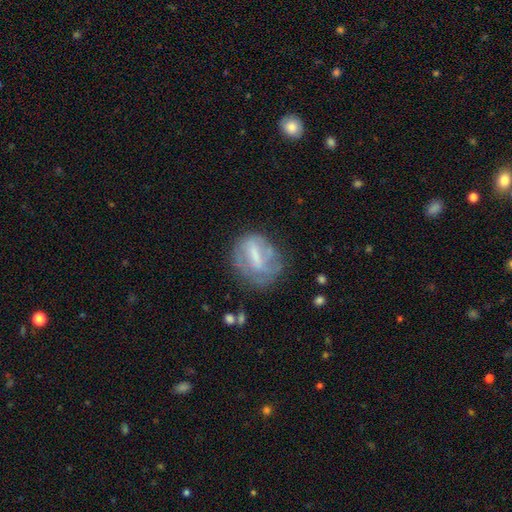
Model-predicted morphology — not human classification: This is possibly a featured or disk galaxy (53%). It is clearly not viewed edge-on (95%). Bar: marginally weak (40%). Spiral arm pattern: likely no (61%). Central bulge: marginally none (34%). Merging: possibly none (52%).